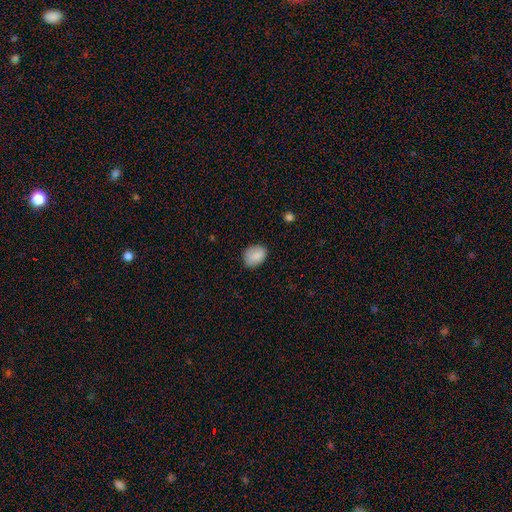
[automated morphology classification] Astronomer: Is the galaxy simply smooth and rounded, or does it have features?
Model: smooth — 87%.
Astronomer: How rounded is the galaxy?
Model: in between — 67%.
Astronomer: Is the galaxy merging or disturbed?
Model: none — 78%.